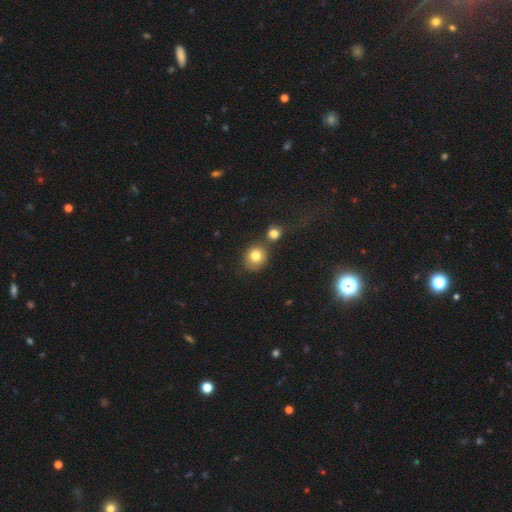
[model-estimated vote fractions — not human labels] The model was most divided on "merging": none: 59%, merger: 24%, minor disturbance: 12%, major disturbance: 5%. More confident: how rounded — round (79%); smooth or featured — smooth (79%).